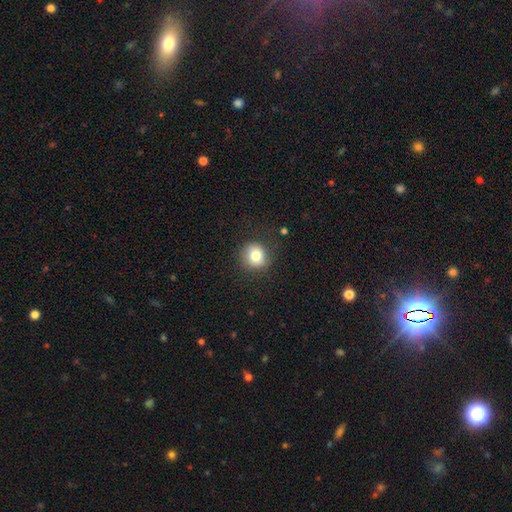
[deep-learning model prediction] Smooth or featured?
  - smooth: 81% *
  - star or artifact: 10%
  - featured or disk: 9%
How rounded?
  - round: 89% *
  - in between: 11%
  - cigar-shaped: 1%
Merging?
  - none: 83% *
  - minor disturbance: 12%
  - major disturbance: 4%
  - merger: 1%